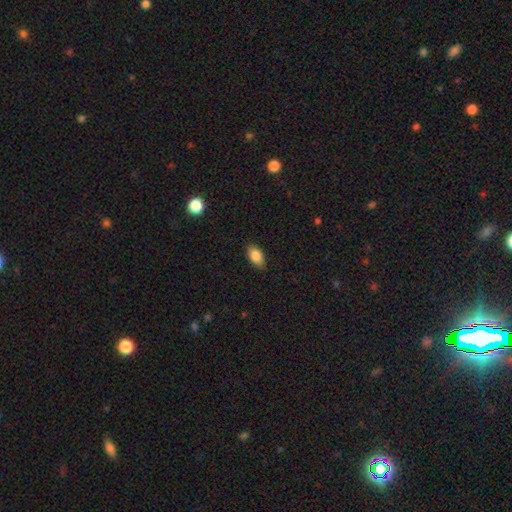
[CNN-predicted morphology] Q: Smooth or featured?
A: smooth (85%); runner-up: star or artifact (8%)
Q: How rounded?
A: in between (90%); runner-up: round (7%)
Q: Merging?
A: none (85%); runner-up: minor disturbance (12%)